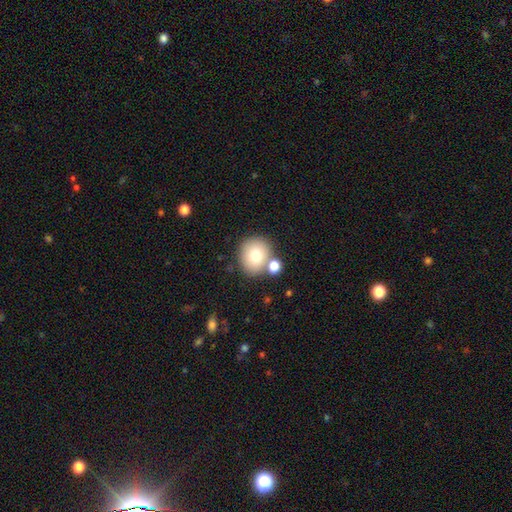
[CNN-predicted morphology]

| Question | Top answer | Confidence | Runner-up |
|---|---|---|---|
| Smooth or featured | smooth | 75% | featured or disk (14%) |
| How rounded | round | 83% | in between (16%) |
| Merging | none | 68% | merger (19%) |